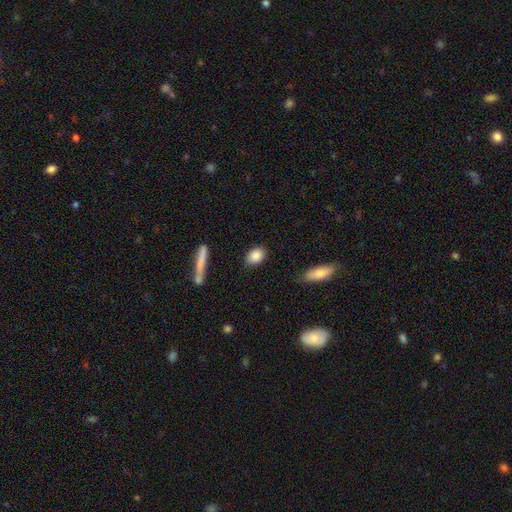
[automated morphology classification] Smooth or featured: smooth — 85% (star or artifact — 8%)
How rounded: in between — 68% (round — 28%)
Merging: none — 82% (minor disturbance — 13%)